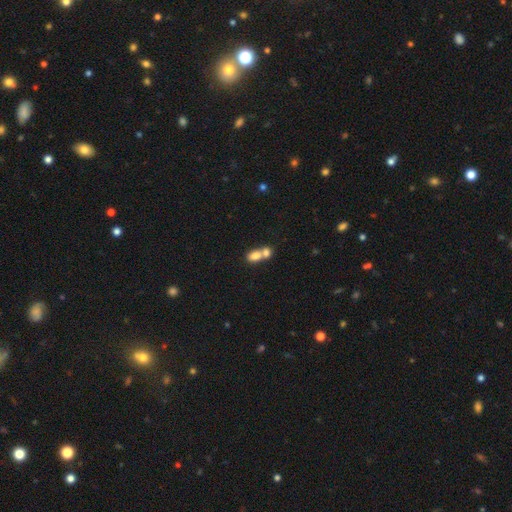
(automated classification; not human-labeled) Smooth or featured? Predicted: smooth (p=0.77). How rounded? Predicted: in between (p=0.75). Merging? Predicted: merger (p=0.67).